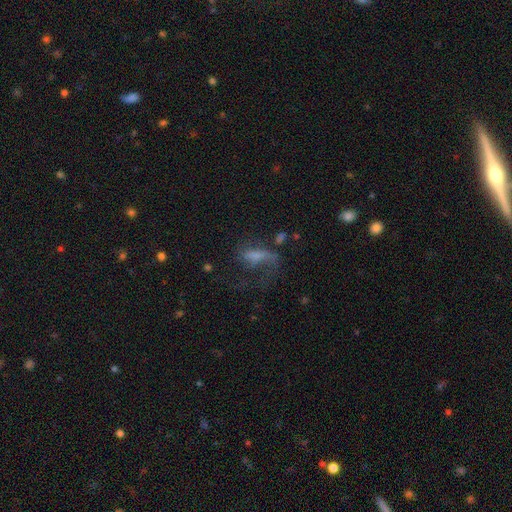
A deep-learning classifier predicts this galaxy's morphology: Smooth or featured? featured or disk (50%)
Edge-on disk? no (87%)
Merging? major disturbance (44%)